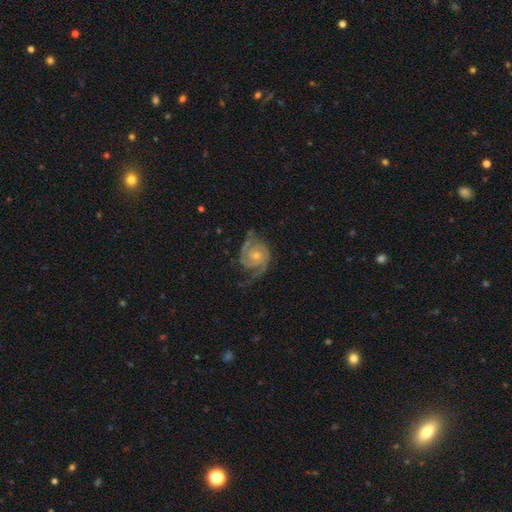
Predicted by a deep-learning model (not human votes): The model was most divided on "spiral winding": tight: 53%, medium: 38%, loose: 9%. More confident: spiral arms — yes (98%); edge-on disk — no (98%); smooth or featured — featured or disk (90%); spiral arm count — 2 (74%); bar — no (72%); merging — none (64%); bulge size — small (58%).